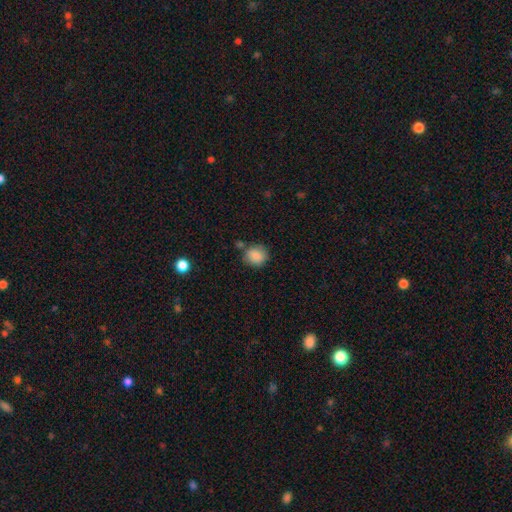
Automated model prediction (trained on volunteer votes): Q: Smooth or featured?
A: smooth (86%); runner-up: star or artifact (8%)
Q: How rounded?
A: round (75%); runner-up: in between (24%)
Q: Merging?
A: none (74%); runner-up: minor disturbance (15%)